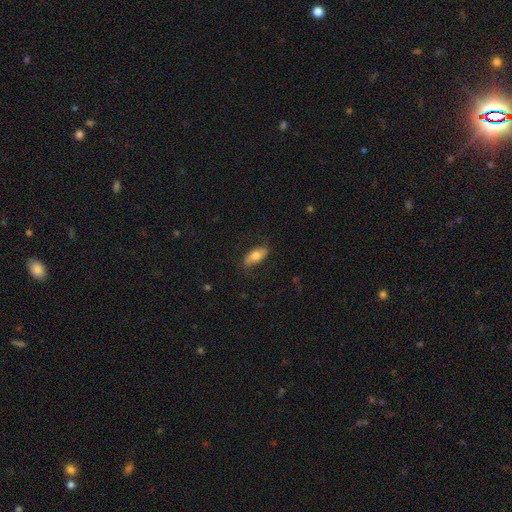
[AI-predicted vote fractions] Smooth or featured?
  - smooth: 66% *
  - featured or disk: 27%
  - star or artifact: 7%
How rounded?
  - in between: 80% *
  - cigar-shaped: 16%
  - round: 4%
Merging?
  - none: 75% *
  - minor disturbance: 17%
  - major disturbance: 6%
  - merger: 1%